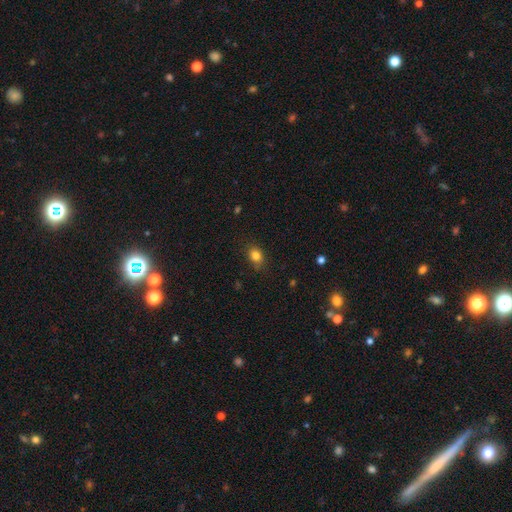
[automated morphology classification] Smooth or featured? smooth (83%)
How rounded? in between (55%)
Merging? none (82%)